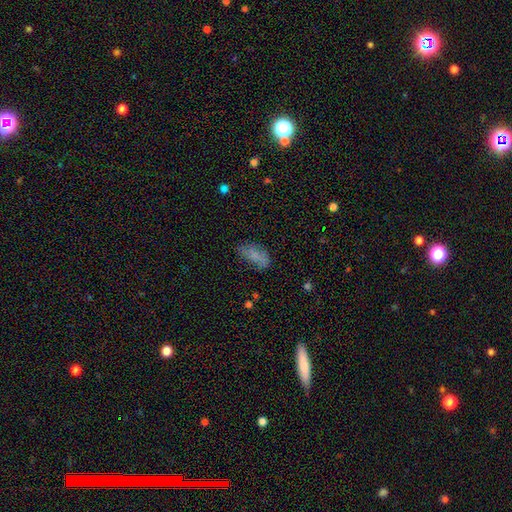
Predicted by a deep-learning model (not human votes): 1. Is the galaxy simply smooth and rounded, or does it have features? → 67% smooth, 21% featured or disk, 12% star or artifact.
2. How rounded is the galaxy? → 87% in between, 9% cigar-shaped, 4% round.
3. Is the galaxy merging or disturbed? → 56% none, 27% minor disturbance, 13% major disturbance, 4% merger.